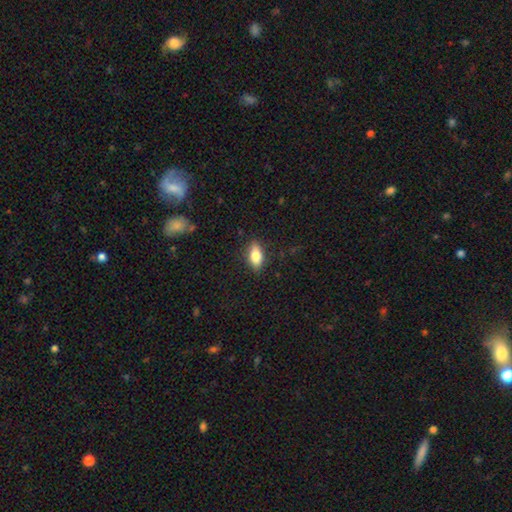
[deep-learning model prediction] This appears to be a smooth galaxy with no disk features (77%) that is in between round and cigar-shaped (85%). Merging: none (86%).